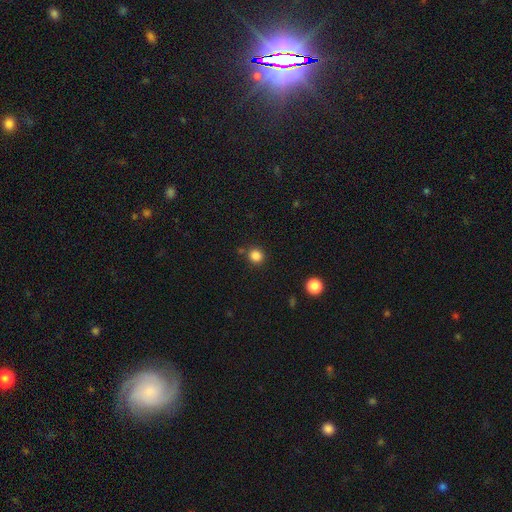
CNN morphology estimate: smooth-or-featured: smooth: 84% | star or artifact: 12% | featured or disk: 4%
  how-rounded: round: 91% | in between: 8% | cigar-shaped: 1%
  merging: none: 84% | minor disturbance: 8% | merger: 6% | major disturbance: 3%